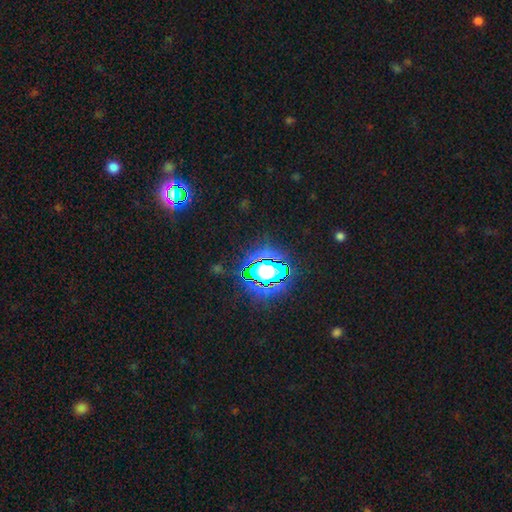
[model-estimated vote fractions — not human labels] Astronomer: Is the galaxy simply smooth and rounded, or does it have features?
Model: star or artifact — 84%.